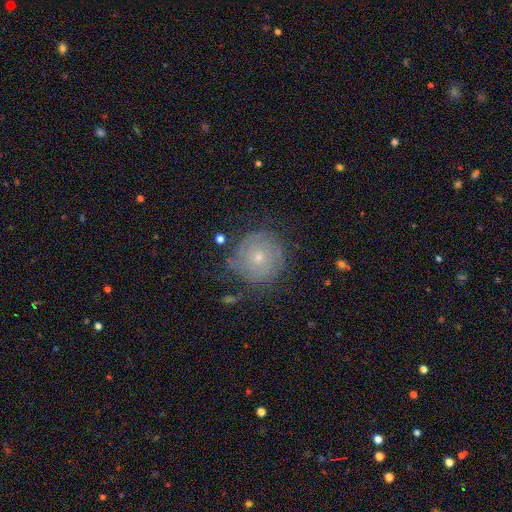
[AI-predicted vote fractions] Smooth or featured: featured or disk — 57% (smooth — 24%)
Edge-on disk: no — 96% (yes — 4%)
Bar: no — 84% (weak — 13%)
Spiral arms: yes — 85% (no — 15%)
Bulge size: small — 58% (moderate — 37%)
Merging: none — 79% (minor disturbance — 13%)